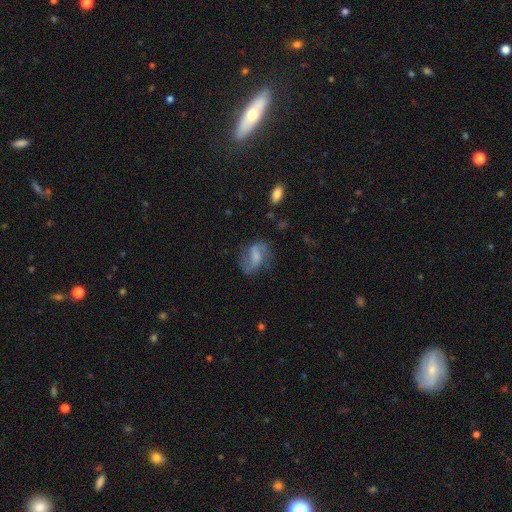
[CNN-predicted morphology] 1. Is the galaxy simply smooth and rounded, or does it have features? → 55% featured or disk, 36% smooth, 9% star or artifact.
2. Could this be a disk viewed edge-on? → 96% no, 4% yes.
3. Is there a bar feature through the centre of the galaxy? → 46% weak, 34% no, 20% strong.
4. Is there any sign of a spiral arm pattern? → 84% yes, 16% no.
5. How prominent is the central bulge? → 31% moderate (tied), 31% small (tied), 28% none, 9% large, 2% dominant.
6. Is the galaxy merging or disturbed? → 59% none, 24% minor disturbance, 14% major disturbance, 3% merger.